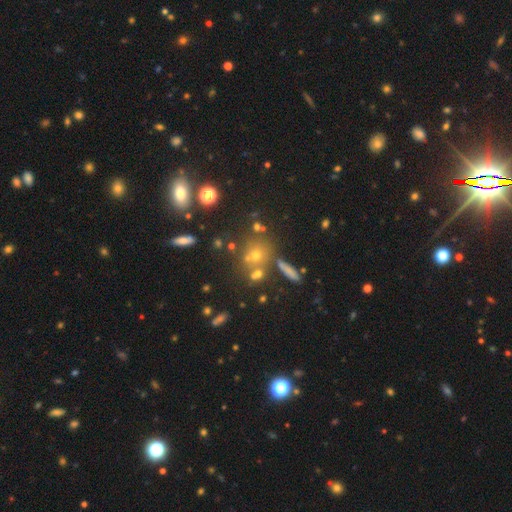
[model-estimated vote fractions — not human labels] A smooth galaxy with no disk features (54%) that is round (77%).

Vote fractions:
- Smooth or featured? smooth: 54% / star or artifact: 29% / featured or disk: 17%
- How rounded? round: 77% / in between: 20% / cigar-shaped: 3%
- Merging? none: 63% / merger: 21% / minor disturbance: 11% / major disturbance: 5%